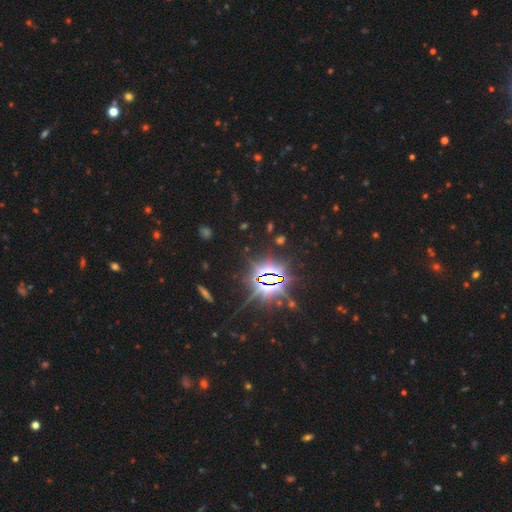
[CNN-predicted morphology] star or artifact 85%, smooth 9%, featured or disk 6%.